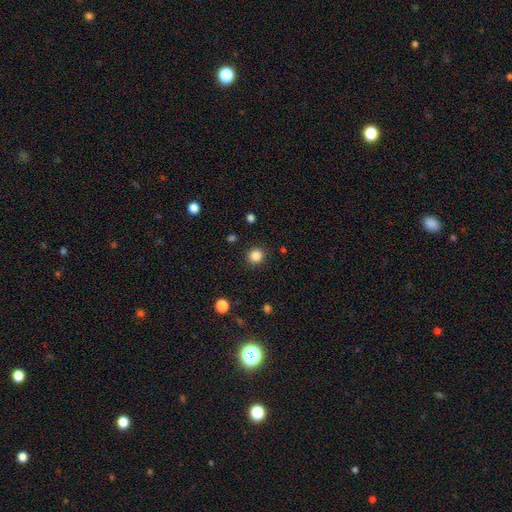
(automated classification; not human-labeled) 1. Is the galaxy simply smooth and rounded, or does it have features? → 85% smooth, 12% star or artifact, 4% featured or disk.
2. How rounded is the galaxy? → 90% round, 10% in between, 1% cigar-shaped.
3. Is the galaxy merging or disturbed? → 91% none, 6% minor disturbance, 2% major disturbance, 1% merger.